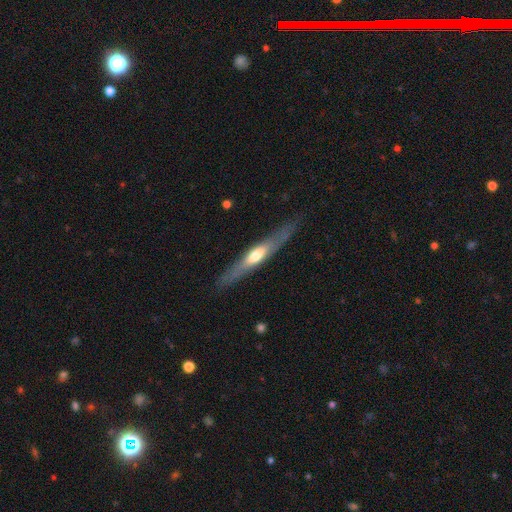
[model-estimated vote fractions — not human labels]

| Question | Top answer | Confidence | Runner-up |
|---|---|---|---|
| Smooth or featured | featured or disk | 60% | smooth (35%) |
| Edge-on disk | yes | 88% | no (12%) |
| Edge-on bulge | rounded | 73% | none (15%) |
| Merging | none | 81% | minor disturbance (14%) |